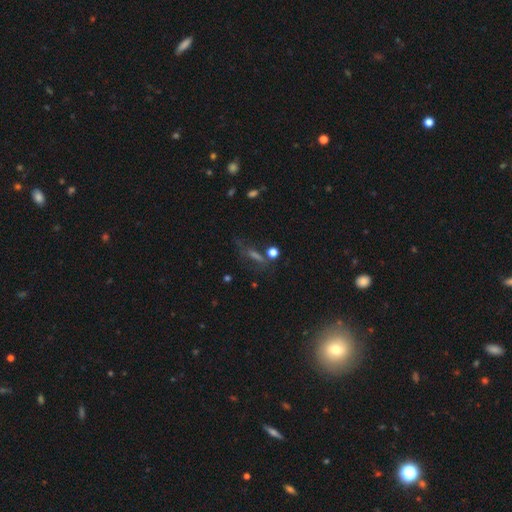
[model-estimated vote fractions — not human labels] Morphology: type=star or artifact (39%).